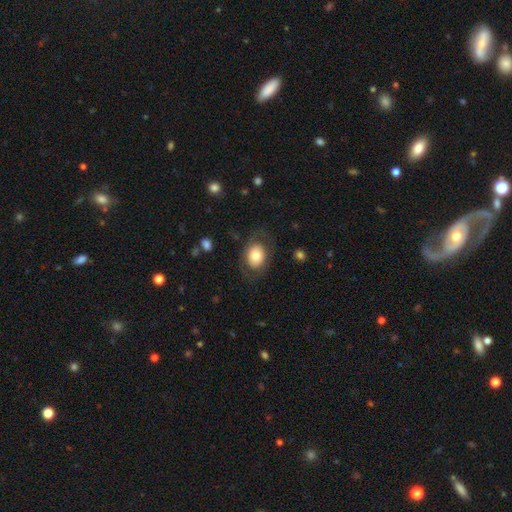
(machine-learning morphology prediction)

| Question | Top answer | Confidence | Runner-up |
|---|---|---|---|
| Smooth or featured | smooth | 75% | featured or disk (18%) |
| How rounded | in between | 62% | round (37%) |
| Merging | none | 75% | minor disturbance (14%) |